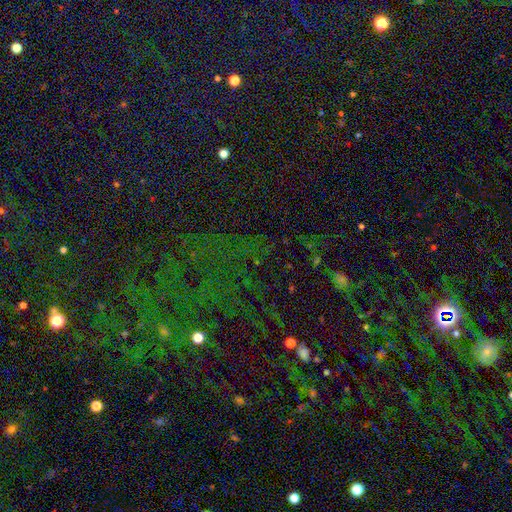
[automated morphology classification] A star or artifact, not a galaxy (78%).